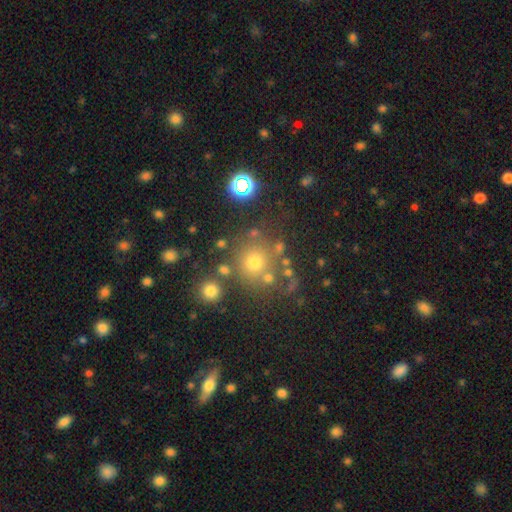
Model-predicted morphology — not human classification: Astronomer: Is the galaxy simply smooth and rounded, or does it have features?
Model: star or artifact — 43% (runner-up: smooth, 42%).